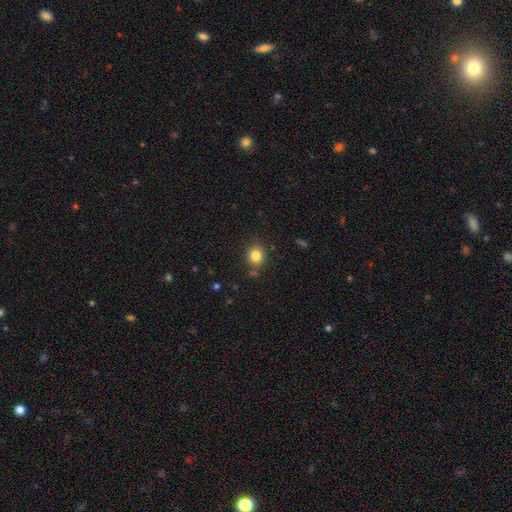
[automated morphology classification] smooth-or-featured: smooth: 82% | star or artifact: 11% | featured or disk: 6%
  how-rounded: round: 81% | in between: 19% | cigar-shaped: 1%
  merging: none: 81% | minor disturbance: 11% | merger: 5% | major disturbance: 3%